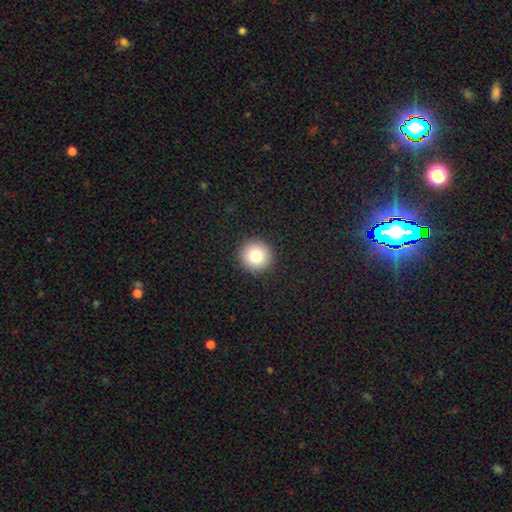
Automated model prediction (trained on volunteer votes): A smooth galaxy with no disk features (80%) that is round (95%).

Vote fractions:
- Smooth or featured? smooth: 80% / star or artifact: 11% / featured or disk: 9%
- How rounded? round: 95% / in between: 4% / cigar-shaped: 1%
- Merging? none: 93% / minor disturbance: 5% / major disturbance: 2% / merger: 1%